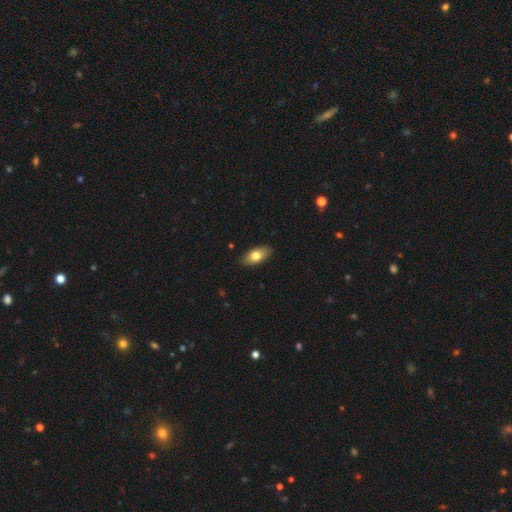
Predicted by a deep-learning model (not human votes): This is likely a smooth galaxy (75%). How rounded: clearly in between (89%). Merging: clearly none (87%).